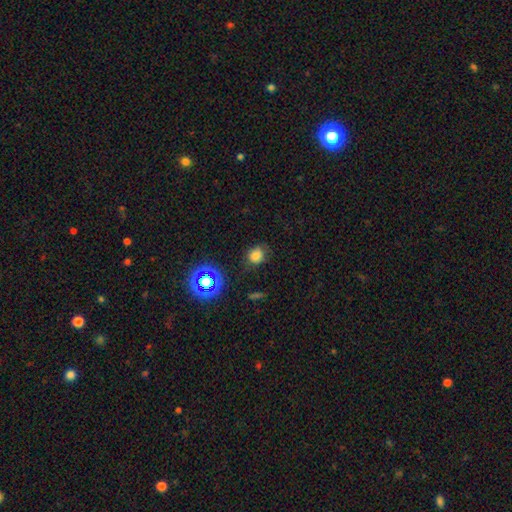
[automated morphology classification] Smooth or featured: smooth — 73% (star or artifact — 20%)
How rounded: round — 65% (in between — 34%)
Merging: none — 73% (minor disturbance — 19%)